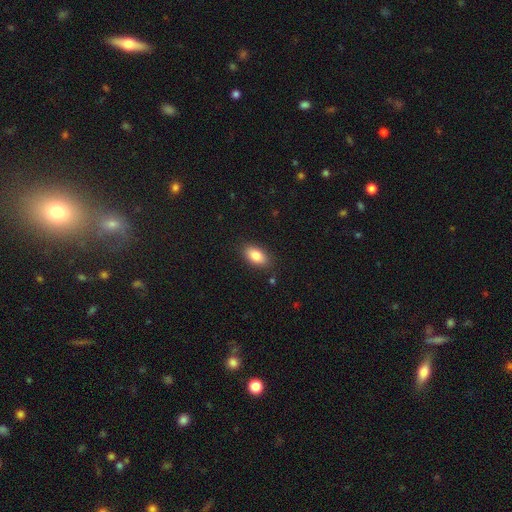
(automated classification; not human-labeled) Morphology: type=smooth (84%); roundness=in between (91%); merging=none (87%).